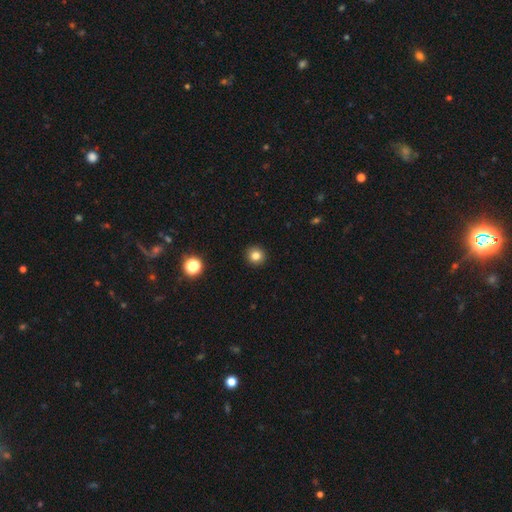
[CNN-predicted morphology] Smooth or featured? smooth (81%)
How rounded? round (93%)
Merging? none (93%)